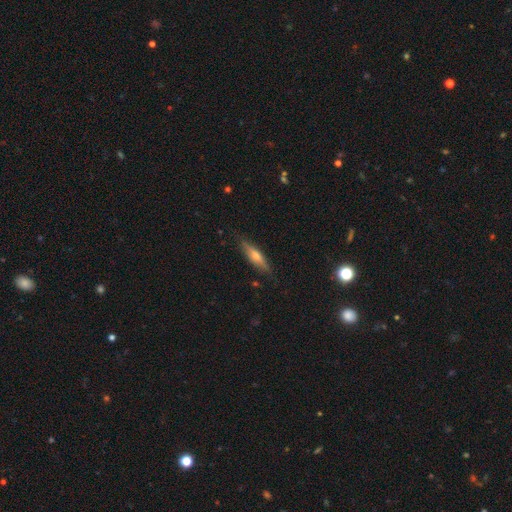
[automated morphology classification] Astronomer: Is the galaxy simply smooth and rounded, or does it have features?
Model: featured or disk — 51% (runner-up: smooth, 42%).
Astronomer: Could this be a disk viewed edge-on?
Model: yes — 90%.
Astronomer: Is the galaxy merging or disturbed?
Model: none — 84%.